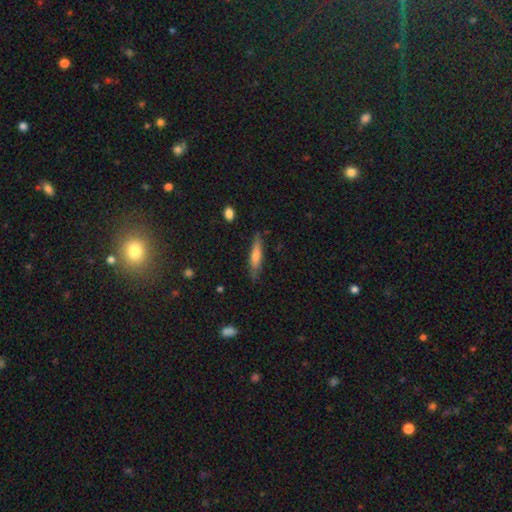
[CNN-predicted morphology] Smooth or featured: smooth — 59% (featured or disk — 34%)
How rounded: cigar-shaped — 86% (in between — 12%)
Merging: none — 82% (minor disturbance — 14%)